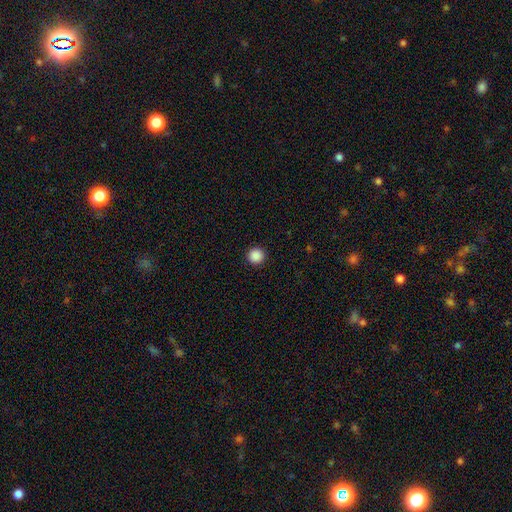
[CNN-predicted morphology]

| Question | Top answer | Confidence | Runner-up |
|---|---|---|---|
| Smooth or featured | smooth | 89% | star or artifact (9%) |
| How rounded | round | 96% | in between (3%) |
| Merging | none | 93% | minor disturbance (4%) |